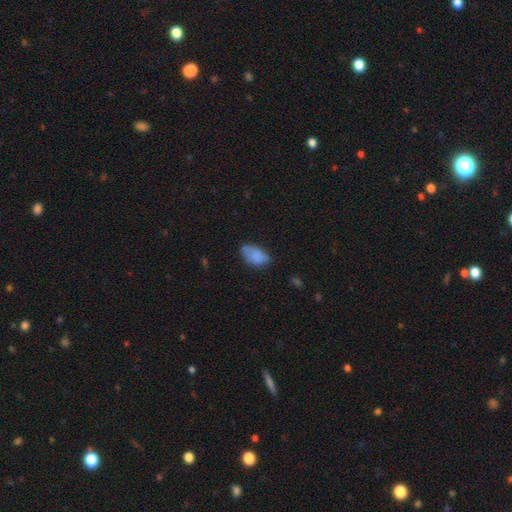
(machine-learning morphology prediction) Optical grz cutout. It shows a smooth galaxy with no disk features (82%) that is in between round and cigar-shaped (92%). Merging: none (56%).